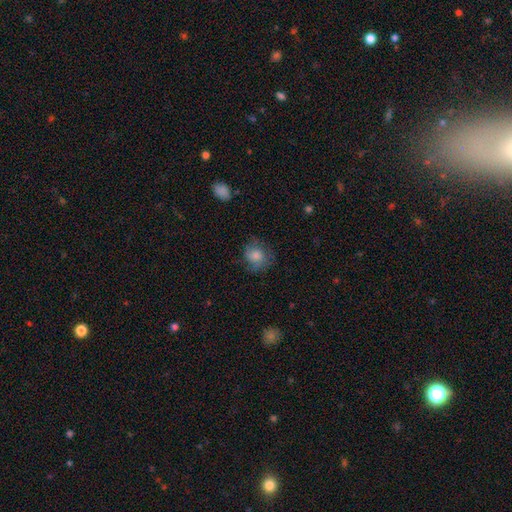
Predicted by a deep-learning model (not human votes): Smooth or featured?
  - smooth: 69% *
  - featured or disk: 22%
  - star or artifact: 9%
How rounded?
  - round: 79% *
  - in between: 20%
  - cigar-shaped: 1%
Merging?
  - none: 64% *
  - minor disturbance: 22%
  - major disturbance: 12%
  - merger: 1%